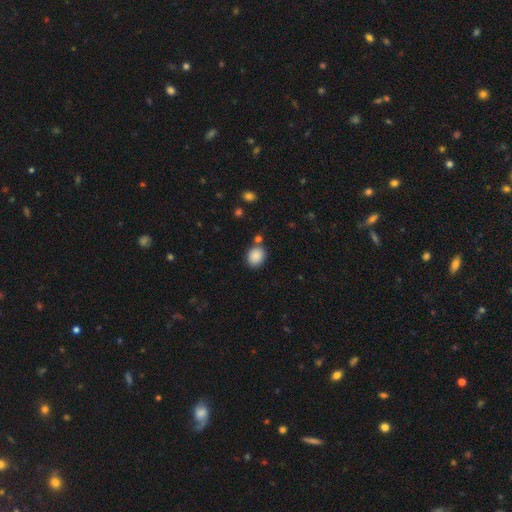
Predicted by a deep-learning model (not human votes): smooth-or-featured: smooth: 88% | star or artifact: 8% | featured or disk: 4%
  how-rounded: round: 58% | in between: 41% | cigar-shaped: 1%
  merging: none: 76% | minor disturbance: 12% | merger: 9% | major disturbance: 3%